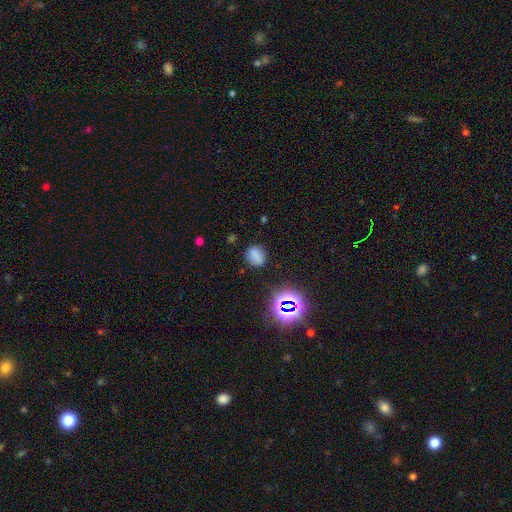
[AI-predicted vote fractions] smooth-or-featured: smooth: 70% | star or artifact: 20% | featured or disk: 9%
  how-rounded: round: 51% | in between: 47% | cigar-shaped: 2%
  merging: none: 80% | minor disturbance: 13% | major disturbance: 4% | merger: 2%